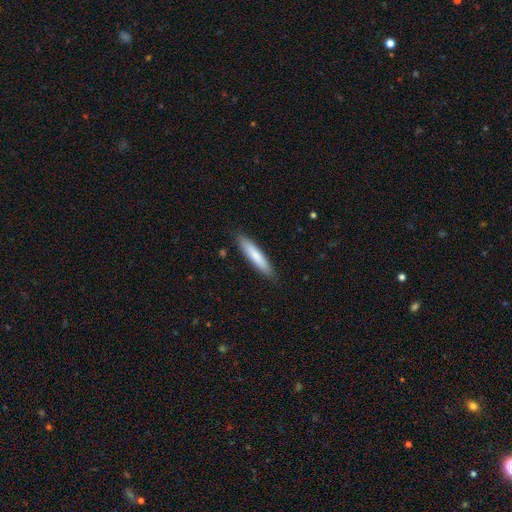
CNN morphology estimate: The model was most divided on "smooth or featured": smooth: 77%, featured or disk: 18%, star or artifact: 5%. More confident: merging — none (88%); how rounded — cigar-shaped (87%).